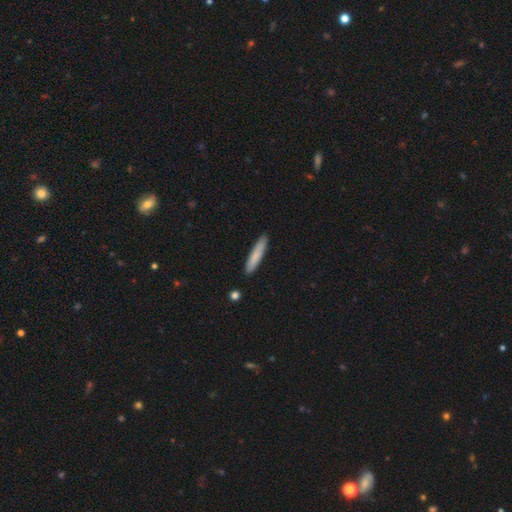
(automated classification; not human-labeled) Smooth or featured: smooth — 81% (featured or disk — 13%)
How rounded: cigar-shaped — 89% (in between — 9%)
Merging: none — 88% (minor disturbance — 8%)